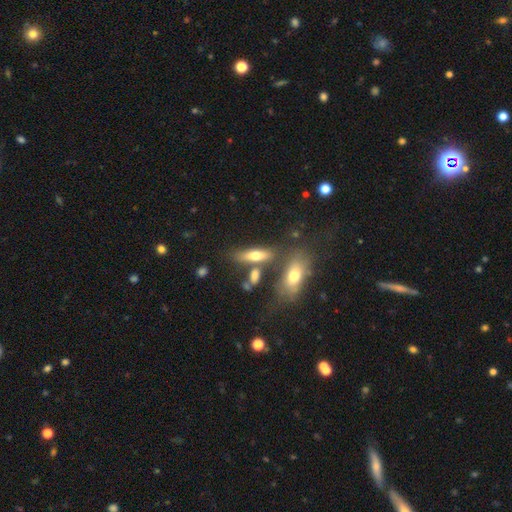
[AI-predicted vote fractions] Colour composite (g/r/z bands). It shows a smooth galaxy with no disk features (62%) that is in between round and cigar-shaped (52%). Merging: none (56%).